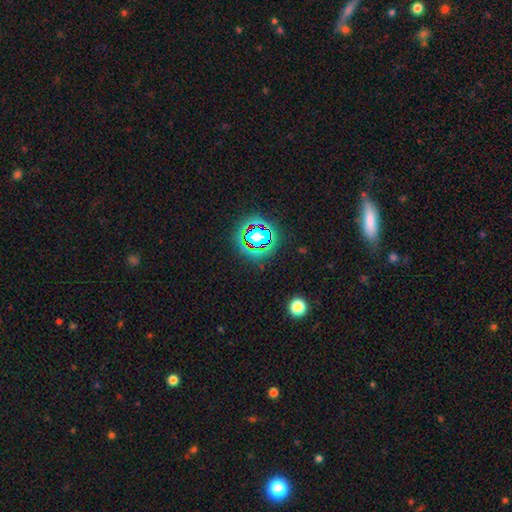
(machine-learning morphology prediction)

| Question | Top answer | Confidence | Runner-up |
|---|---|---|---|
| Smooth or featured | star or artifact | 59% | smooth (27%) |